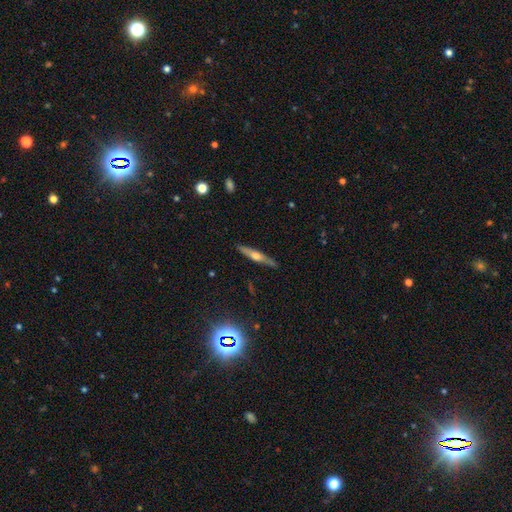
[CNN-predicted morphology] A featured or disk galaxy (61%) viewed edge-on (94%) with a rounded central bulge (86%).

Vote fractions:
- Smooth or featured? featured or disk: 61% / smooth: 32% / star or artifact: 7%
- Edge-on disk? yes: 94% / no: 6%
- Edge-on bulge? rounded: 86% / boxy: 7% / none: 7%
- Merging? none: 87% / minor disturbance: 10% / major disturbance: 2% / merger: 1%